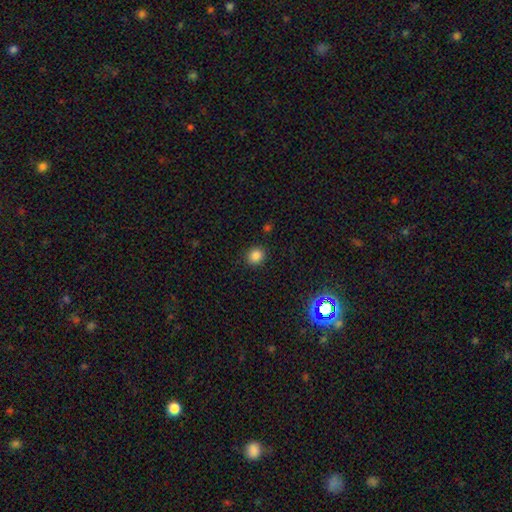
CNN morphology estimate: This appears to be a smooth galaxy with no disk features (84%) that is round (76%). Merging: none (90%).